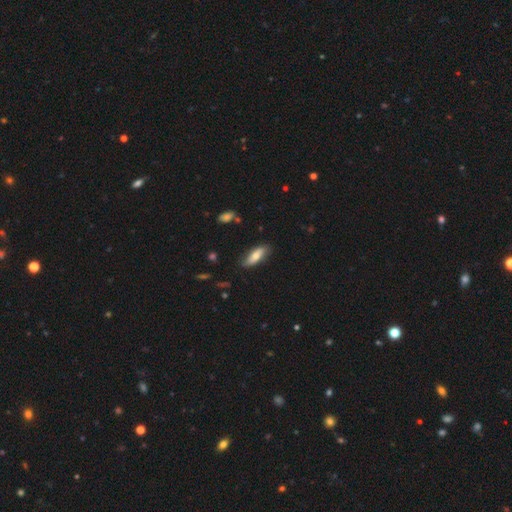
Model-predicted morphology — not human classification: smooth 68%, featured or disk 26%, star or artifact 6%. Down the decision tree: how rounded — in between (61%); merging — none (79%).